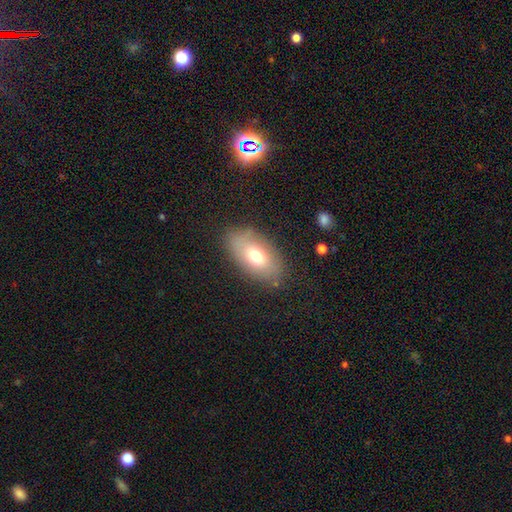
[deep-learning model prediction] A smooth galaxy with no disk features (68%) that is in between round and cigar-shaped (90%). Merging: none (78%).